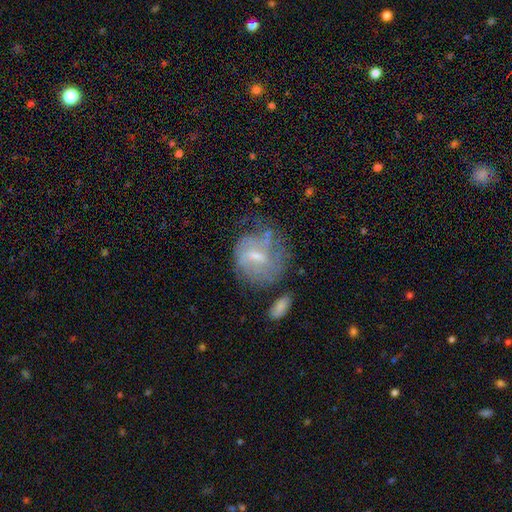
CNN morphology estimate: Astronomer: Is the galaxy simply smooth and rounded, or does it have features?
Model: featured or disk — 58%.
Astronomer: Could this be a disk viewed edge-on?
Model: no — 97%.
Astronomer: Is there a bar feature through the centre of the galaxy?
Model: weak — 56%.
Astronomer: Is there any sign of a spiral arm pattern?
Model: yes — 57% (runner-up: no, 43%).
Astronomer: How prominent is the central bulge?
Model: small — 47% (runner-up: moderate, 37%).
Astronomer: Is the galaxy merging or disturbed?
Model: none — 40% (runner-up: major disturbance, 28%).